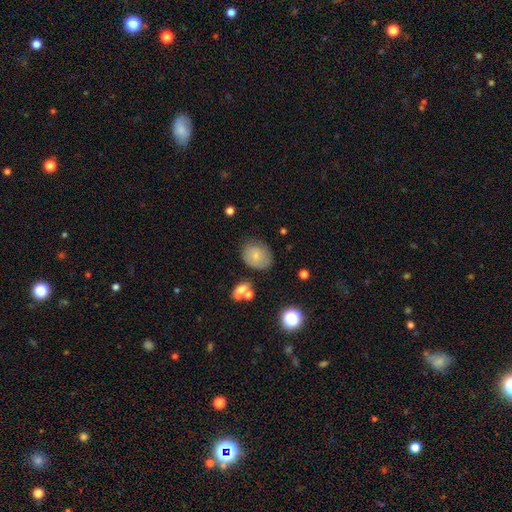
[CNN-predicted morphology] A smooth galaxy with no disk features (73%) that is round (57%). Merging: none (68%).